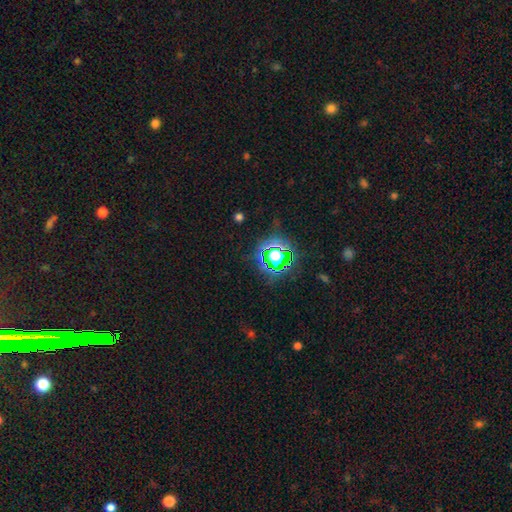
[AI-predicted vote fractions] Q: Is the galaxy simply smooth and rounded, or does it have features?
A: star or artifact — 77%.